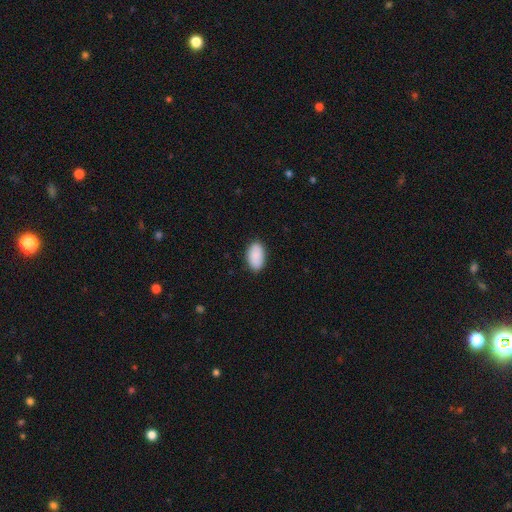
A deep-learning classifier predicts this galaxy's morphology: A smooth galaxy with no disk features (90%) that is in between round and cigar-shaped (95%).

Vote fractions:
- Smooth or featured? smooth: 90% / star or artifact: 6% / featured or disk: 5%
- How rounded? in between: 95% / round: 4% / cigar-shaped: 2%
- Merging? none: 87% / minor disturbance: 10% / major disturbance: 2% / merger: 1%